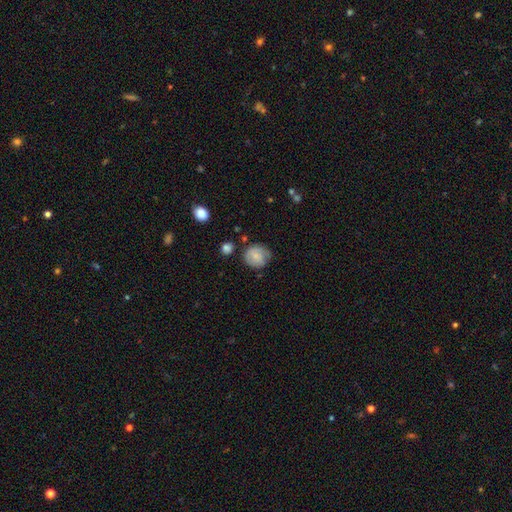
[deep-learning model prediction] Smooth or featured? smooth (75%)
How rounded? round (79%)
Merging? none (64%)